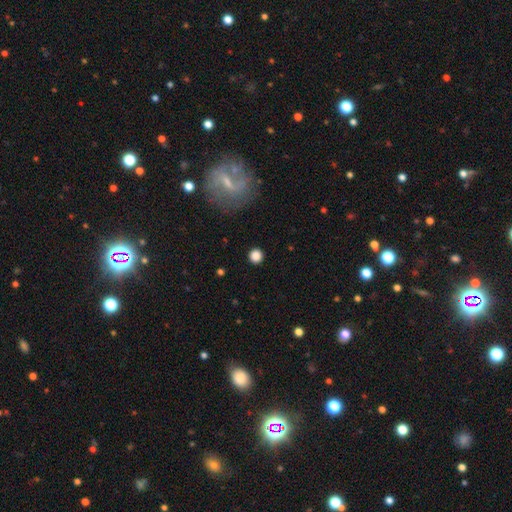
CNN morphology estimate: smooth_or_featured: smooth (p=0.85) [alt: star or artifact p=0.11]
how_rounded: round (p=0.93) [alt: in between p=0.06]
merging: none (p=0.92) [alt: minor disturbance p=0.05]